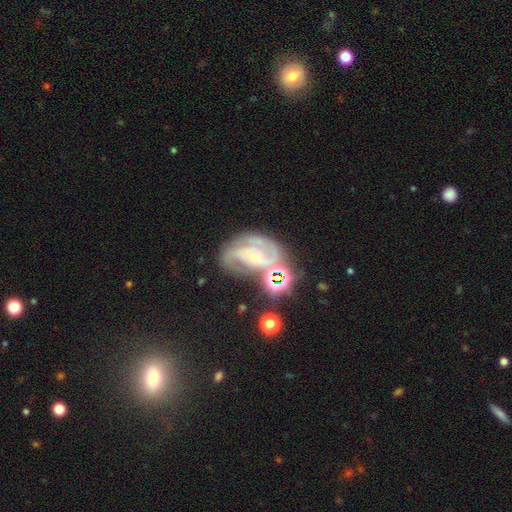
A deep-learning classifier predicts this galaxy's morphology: smooth_or_featured: featured or disk (p=0.82) [alt: star or artifact p=0.10]
disk_edge_on: no (p=0.97) [alt: yes p=0.03]
bar: no (p=0.48) [alt: weak p=0.36]
has_spiral_arms: yes (p=0.95) [alt: no p=0.05]
spiral_winding: medium (p=0.49) [alt: tight p=0.37]
spiral_arm_count: 2 (p=0.50) [alt: 3 p=0.23]
bulge_size: small (p=0.72) [alt: moderate p=0.22]
merging: none (p=0.53) [alt: minor disturbance p=0.22]